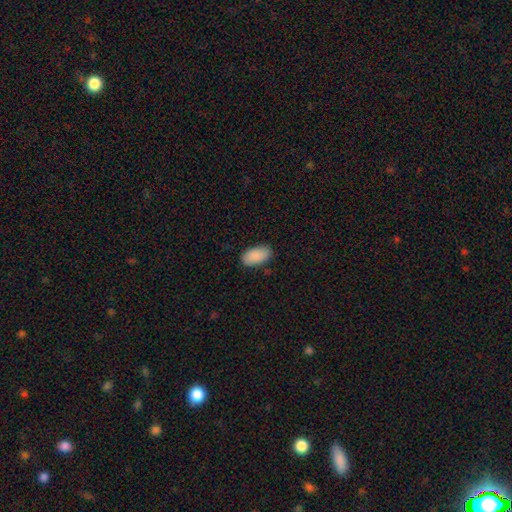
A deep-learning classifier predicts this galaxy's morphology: Smooth or featured?
  - smooth: 90% *
  - star or artifact: 6%
  - featured or disk: 4%
How rounded?
  - in between: 95% *
  - round: 3%
  - cigar-shaped: 2%
Merging?
  - none: 86% *
  - minor disturbance: 11%
  - major disturbance: 2%
  - merger: 1%